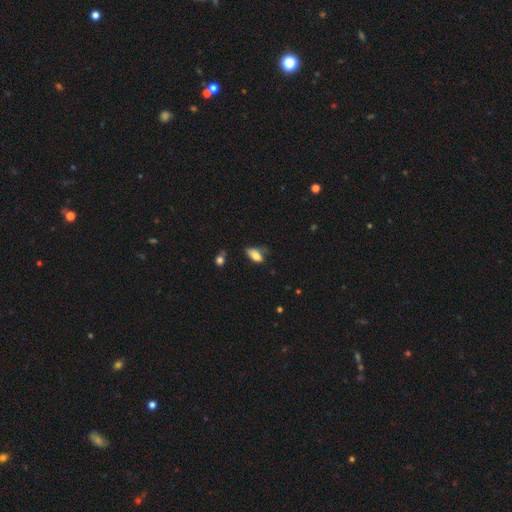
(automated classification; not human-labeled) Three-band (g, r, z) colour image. It shows a smooth galaxy with no disk features (74%) that is in between round and cigar-shaped (88%). Merging: none (40%).